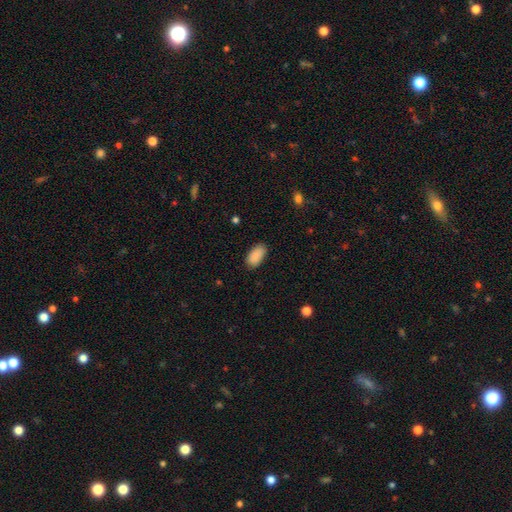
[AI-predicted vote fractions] Smooth or featured? smooth (90%)
How rounded? in between (94%)
Merging? none (85%)